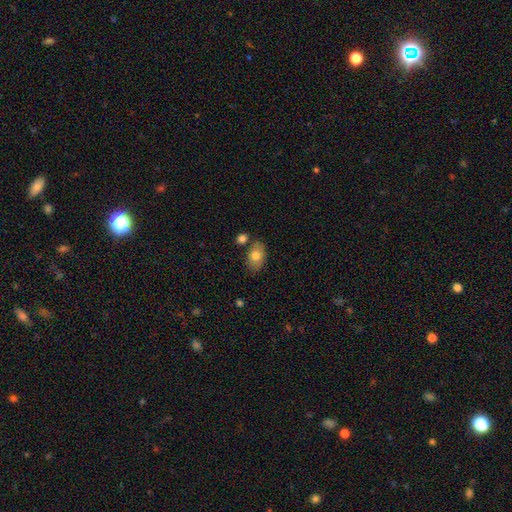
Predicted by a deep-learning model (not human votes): A smooth galaxy with no disk features (79%) that is in between round and cigar-shaped (87%). Merging: none (71%).